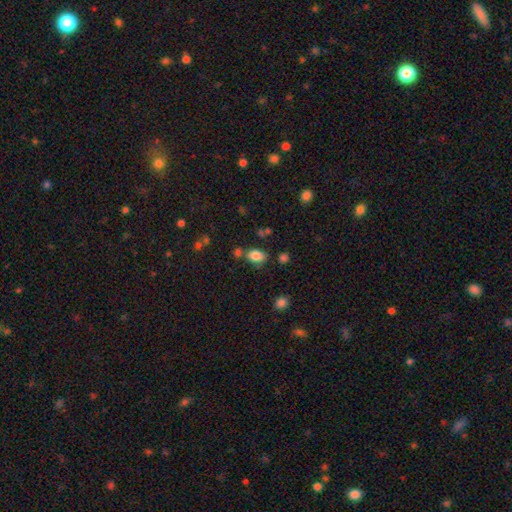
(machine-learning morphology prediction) A smooth galaxy with no disk features (84%) that is in between round and cigar-shaped (84%). Merging: none (66%).